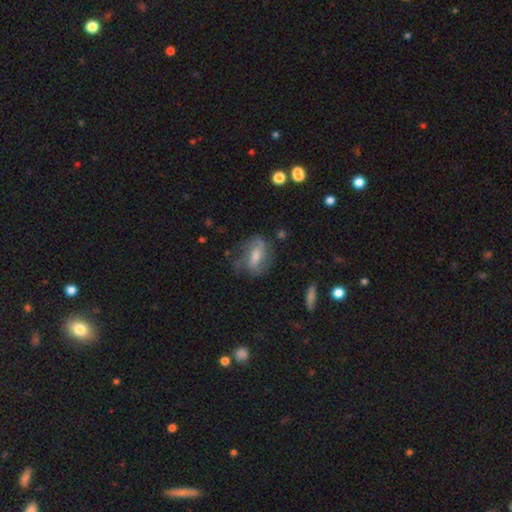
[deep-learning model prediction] Smooth or featured? Predicted: featured or disk (p=0.48). Merging? Predicted: none (p=0.58).